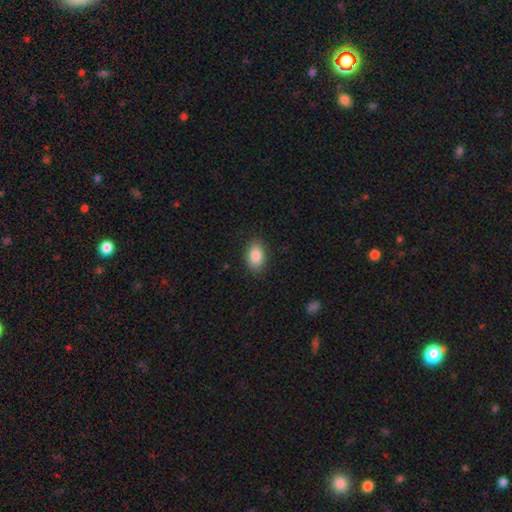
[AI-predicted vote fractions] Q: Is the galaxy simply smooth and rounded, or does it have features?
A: smooth — 87%.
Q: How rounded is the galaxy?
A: in between — 90%.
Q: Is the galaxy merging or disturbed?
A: none — 87%.